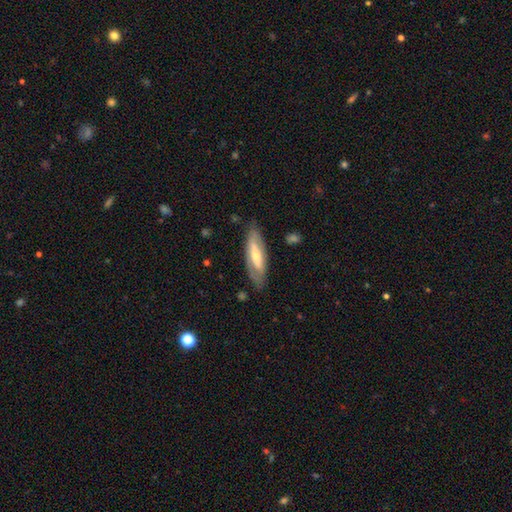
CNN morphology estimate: smooth_or_featured: featured or disk (p=0.59) [alt: smooth p=0.35]
disk_edge_on: no (p=0.64) [alt: yes p=0.36]
merging: none (p=0.80) [alt: minor disturbance p=0.15]